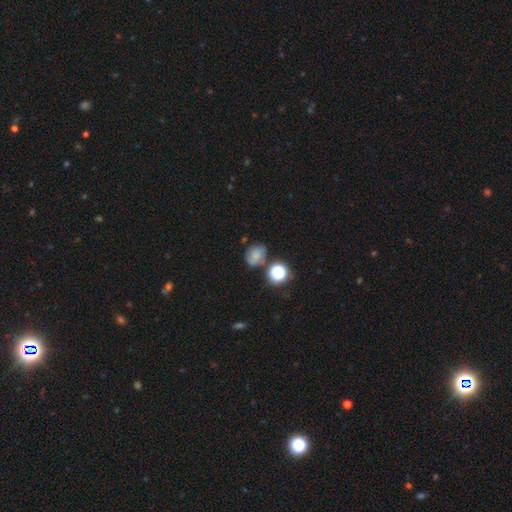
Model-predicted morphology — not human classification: A smooth galaxy with no disk features (60%) that is round (52%). Merging: none (61%).